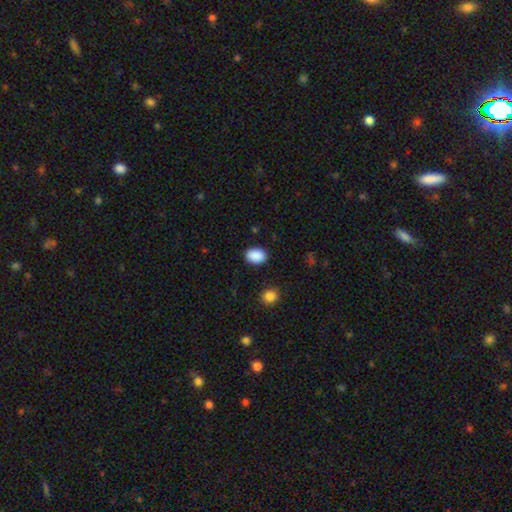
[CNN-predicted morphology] Smooth or featured? smooth (90%)
How rounded? in between (71%)
Merging? none (88%)